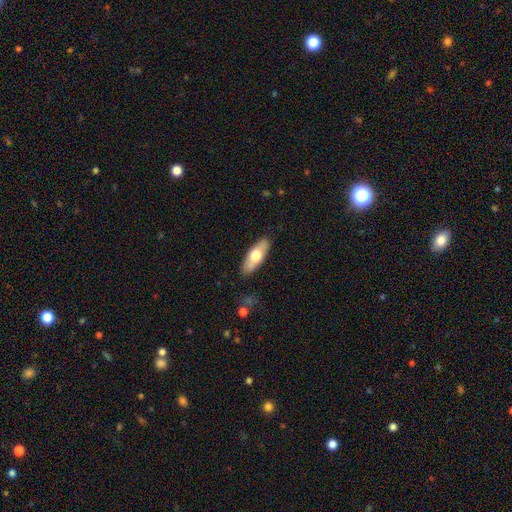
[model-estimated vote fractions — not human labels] This is likely a smooth galaxy (61%). How rounded: likely in between (68%). Merging: clearly none (86%).